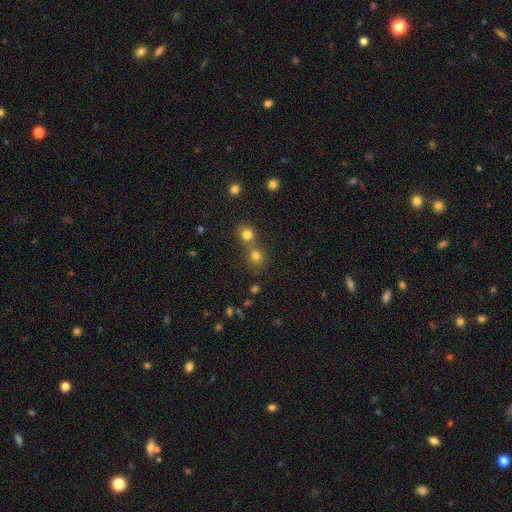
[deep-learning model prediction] The model was most divided on "merging": none: 49%, merger: 42%, minor disturbance: 6%, major disturbance: 3%. More confident: how rounded — round (86%); smooth or featured — smooth (76%).